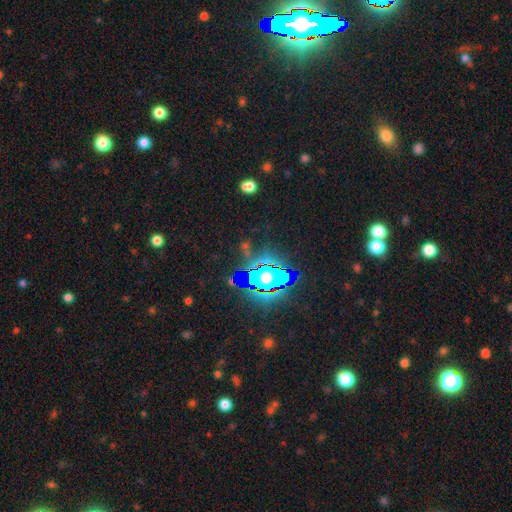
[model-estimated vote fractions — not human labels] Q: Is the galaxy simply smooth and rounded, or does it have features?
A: star or artifact — 78%.